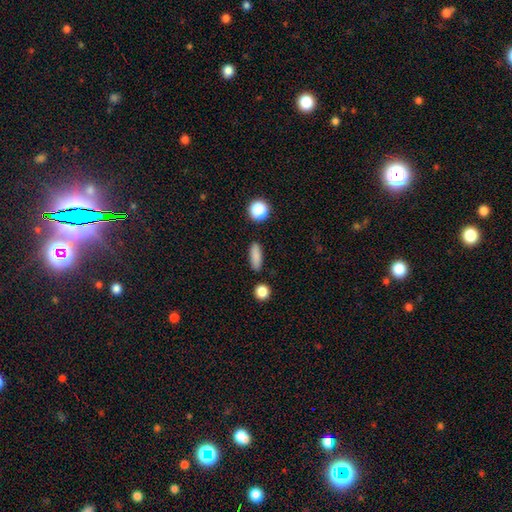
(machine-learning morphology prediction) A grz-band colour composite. It shows a smooth galaxy with no disk features (86%) that is in between round and cigar-shaped (57%). Merging: none (87%).